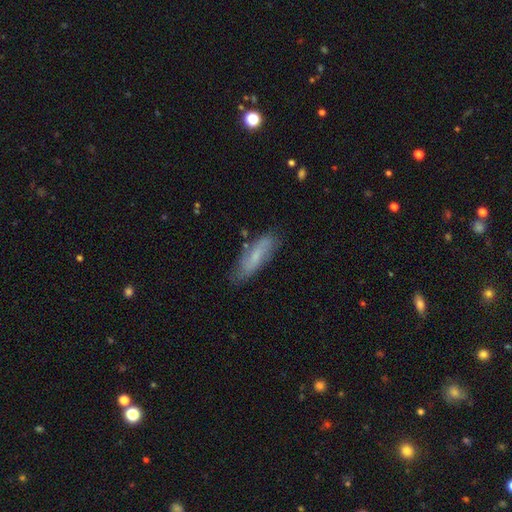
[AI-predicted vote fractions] This is possibly a smooth galaxy (50%). Merging: likely none (73%).